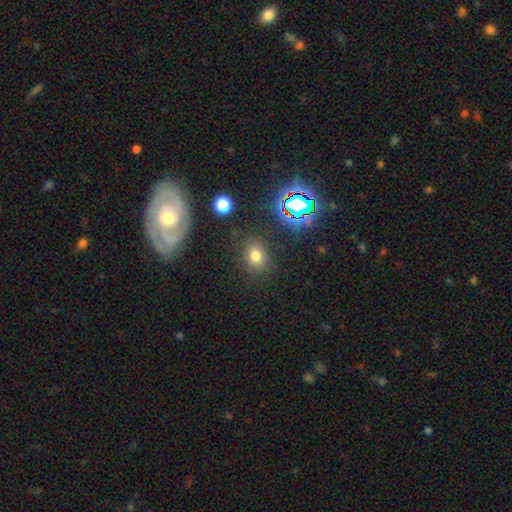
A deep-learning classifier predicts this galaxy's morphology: A smooth galaxy with no disk features (71%) that is in between round and cigar-shaped (50%).

Vote fractions:
- Smooth or featured? smooth: 71% / star or artifact: 20% / featured or disk: 9%
- How rounded? in between: 50% / round: 48% / cigar-shaped: 1%
- Merging? none: 82% / minor disturbance: 11% / major disturbance: 4% / merger: 3%